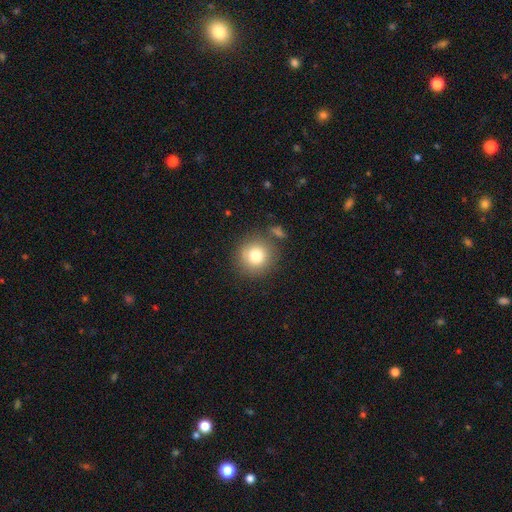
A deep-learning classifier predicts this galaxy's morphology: smooth-or-featured: smooth: 80% | star or artifact: 10% | featured or disk: 10%
  how-rounded: round: 92% | in between: 7% | cigar-shaped: 1%
  merging: none: 79% | minor disturbance: 11% | merger: 6% | major disturbance: 4%